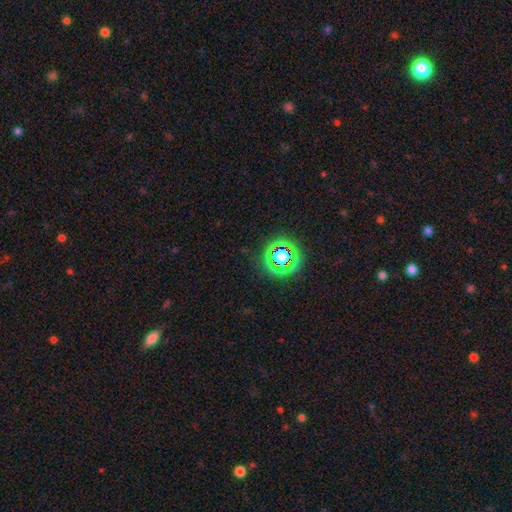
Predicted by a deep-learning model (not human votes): smooth_or_featured: star or artifact (p=0.76) [alt: smooth p=0.15]